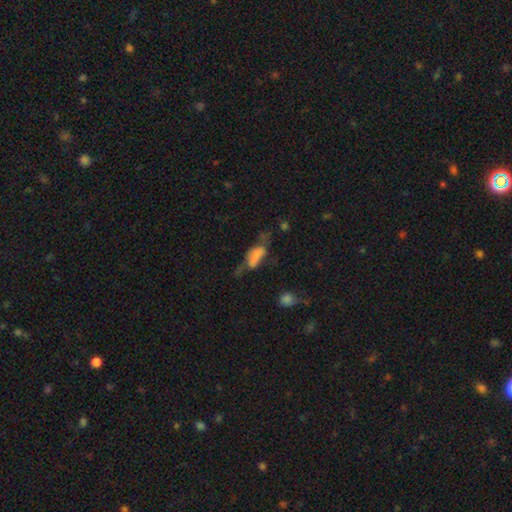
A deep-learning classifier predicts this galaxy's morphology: A smooth galaxy with no disk features (62%) that is in between round and cigar-shaped (74%).

Vote fractions:
- Smooth or featured? smooth: 62% / featured or disk: 25% / star or artifact: 13%
- How rounded? in between: 74% / cigar-shaped: 21% / round: 5%
- Merging? major disturbance: 38% / minor disturbance: 24% / none: 24% / merger: 14%